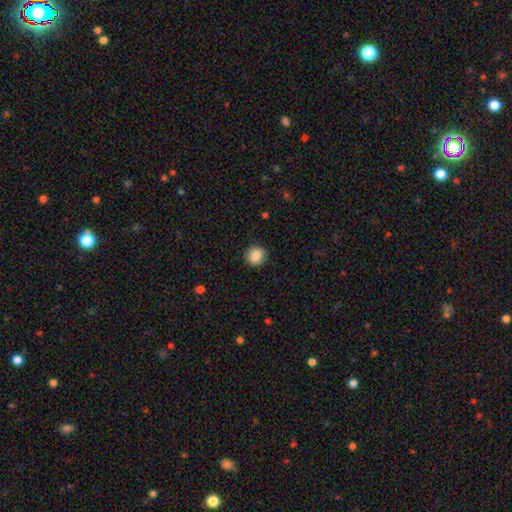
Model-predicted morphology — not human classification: This is clearly a smooth galaxy (86%). How rounded: clearly round (86%). Merging: clearly none (89%).